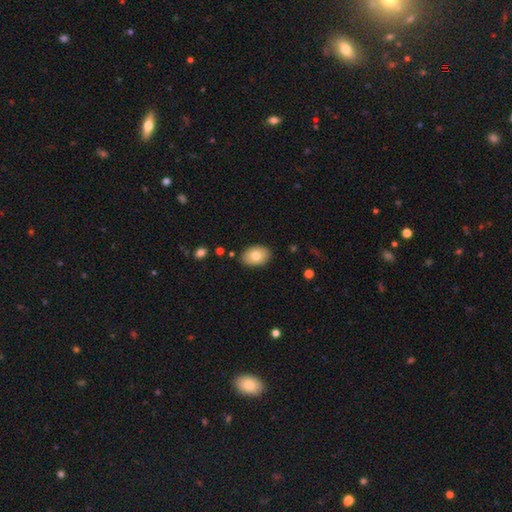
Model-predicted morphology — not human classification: The model was most divided on "smooth or featured": smooth: 77%, featured or disk: 16%, star or artifact: 7%. More confident: merging — none (86%); how rounded — in between (82%).